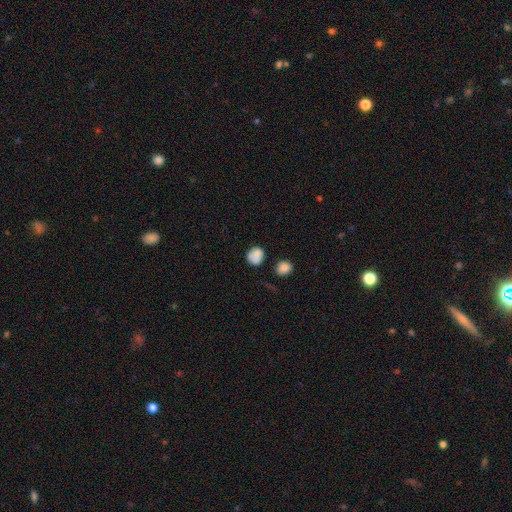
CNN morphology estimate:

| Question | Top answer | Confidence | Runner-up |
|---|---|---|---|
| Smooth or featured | smooth | 84% | star or artifact (10%) |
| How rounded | round | 77% | in between (22%) |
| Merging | none | 70% | minor disturbance (18%) |